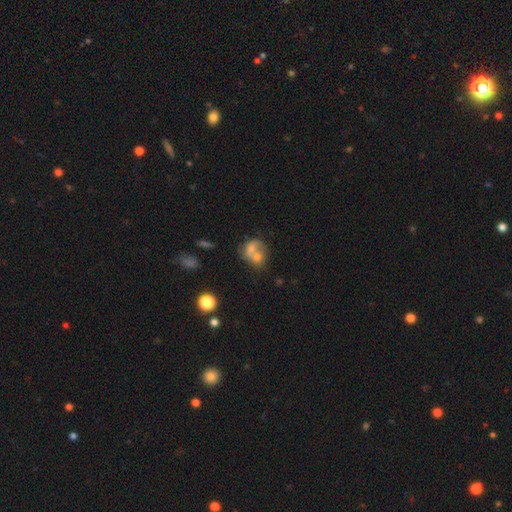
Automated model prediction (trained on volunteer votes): The model was most divided on "how rounded": round: 56%, in between: 43%, cigar-shaped: 1%. More confident: merging — merger (67%); smooth or featured — smooth (60%).